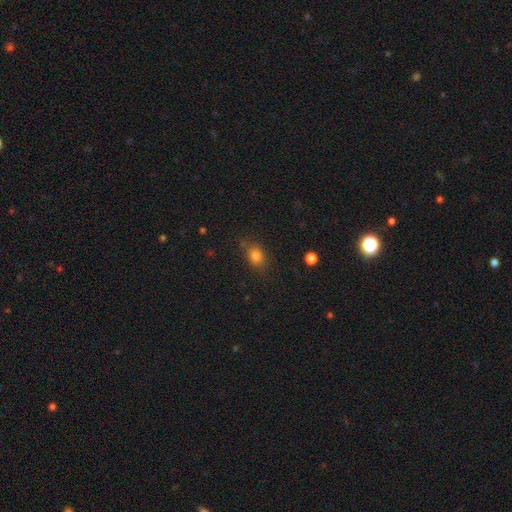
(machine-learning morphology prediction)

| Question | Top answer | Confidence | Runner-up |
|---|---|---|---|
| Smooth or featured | smooth | 80% | star or artifact (12%) |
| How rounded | in between | 64% | round (34%) |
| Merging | none | 73% | minor disturbance (19%) |